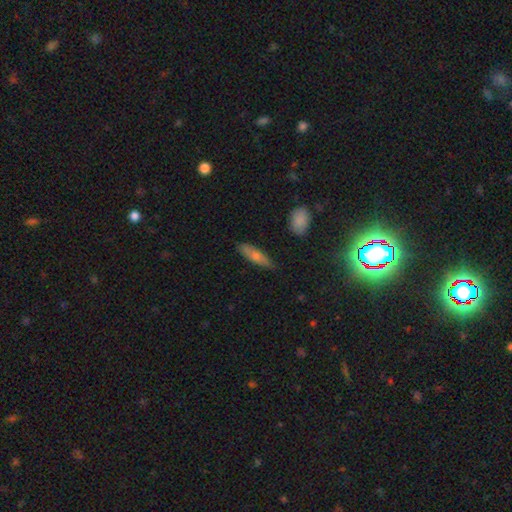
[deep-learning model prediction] A smooth galaxy with no disk features (63%) that is cigar-shaped (60%).

Vote fractions:
- Smooth or featured? smooth: 63% / featured or disk: 29% / star or artifact: 9%
- How rounded? cigar-shaped: 60% / in between: 37% / round: 3%
- Merging? none: 80% / minor disturbance: 16% / major disturbance: 3% / merger: 2%